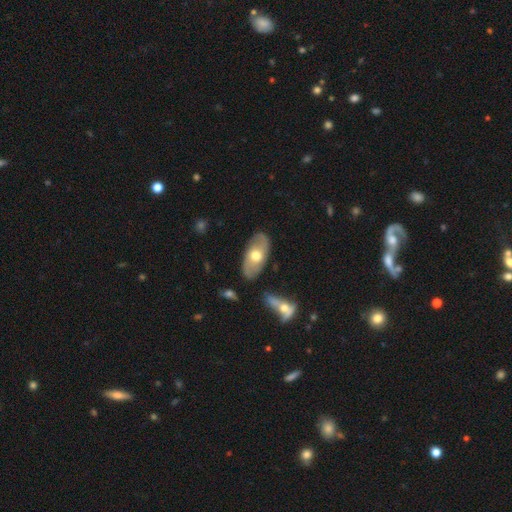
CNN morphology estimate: Smooth or featured?
  - smooth: 48% *
  - featured or disk: 46%
  - star or artifact: 6%
Merging?
  - none: 79% *
  - minor disturbance: 14%
  - major disturbance: 3%
  - merger: 3%